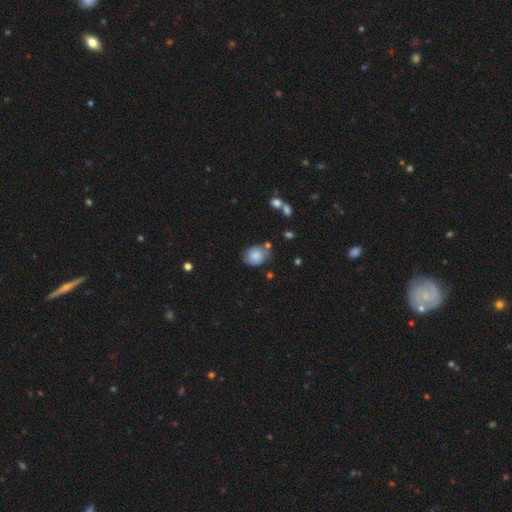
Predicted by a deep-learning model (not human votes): smooth 72%, featured or disk 20%, star or artifact 8%. Down the decision tree: how rounded — round (53%); merging — none (67%).